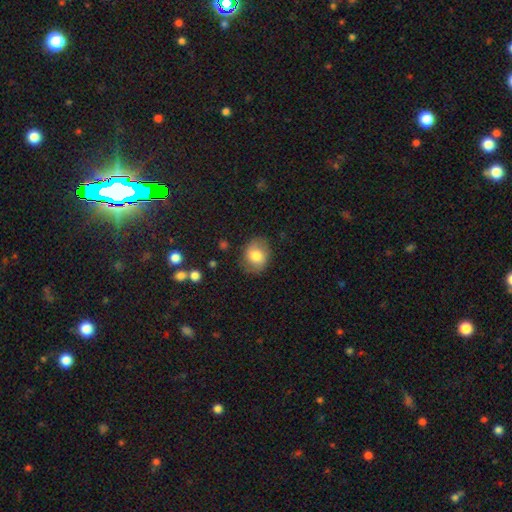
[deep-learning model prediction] A smooth galaxy with no disk features (72%) that is round (54%).

Vote fractions:
- Smooth or featured? smooth: 72% / featured or disk: 20% / star or artifact: 8%
- How rounded? round: 54% / in between: 45% / cigar-shaped: 1%
- Merging? none: 76% / minor disturbance: 17% / major disturbance: 5% / merger: 1%